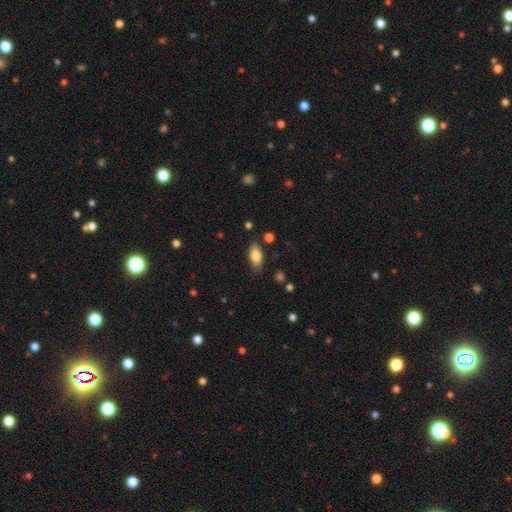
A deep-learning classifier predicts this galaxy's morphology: smooth 80%, featured or disk 13%, star or artifact 7%. Down the decision tree: how rounded — in between (88%); merging — none (81%).